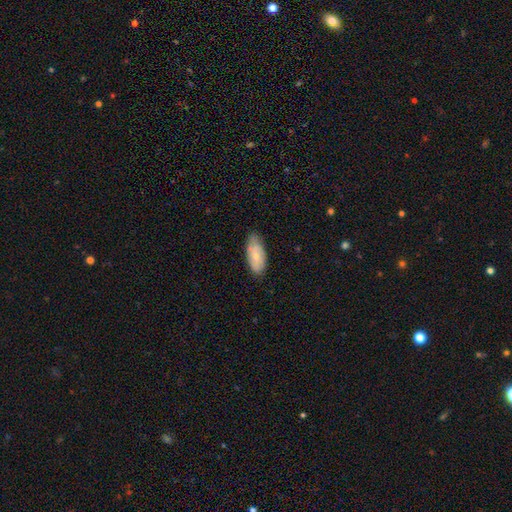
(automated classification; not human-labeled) Smooth or featured: smooth — 69% (featured or disk — 25%)
How rounded: in between — 89% (cigar-shaped — 9%)
Merging: none — 72% (minor disturbance — 23%)